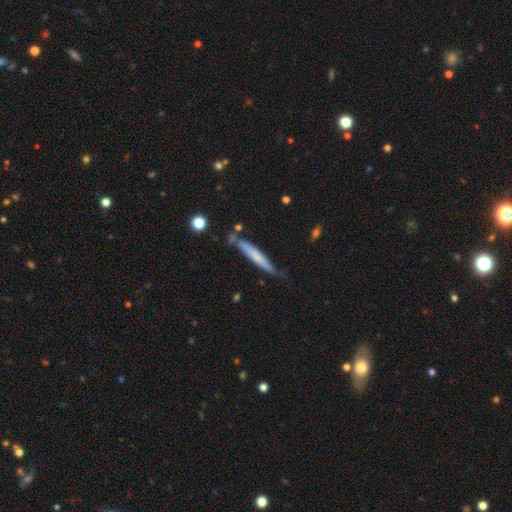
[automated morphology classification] Smooth or featured?
  - smooth: 60% *
  - featured or disk: 34%
  - star or artifact: 6%
How rounded?
  - cigar-shaped: 94% *
  - in between: 5%
  - round: 1%
Merging?
  - none: 66% *
  - minor disturbance: 23%
  - merger: 5%
  - major disturbance: 5%